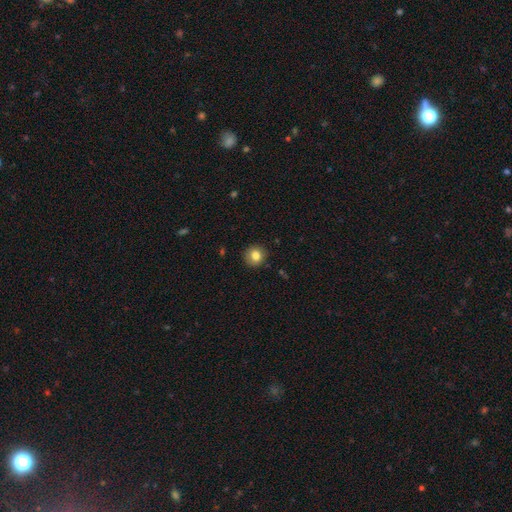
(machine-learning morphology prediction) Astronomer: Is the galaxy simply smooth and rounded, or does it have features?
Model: smooth — 81%.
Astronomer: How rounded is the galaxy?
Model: round — 91%.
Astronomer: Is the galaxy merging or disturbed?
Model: none — 90%.